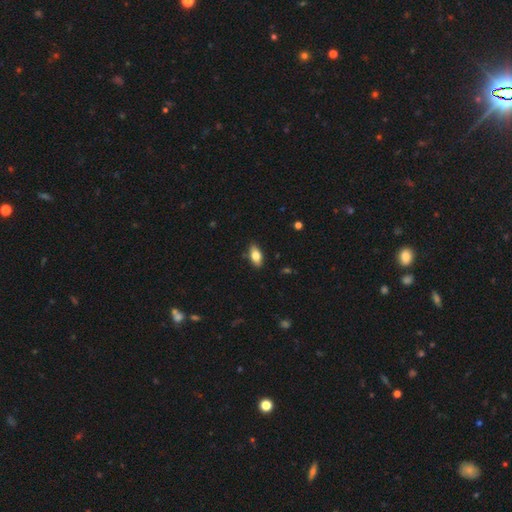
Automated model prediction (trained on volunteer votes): Overall: smooth (77%). How rounded: in between (89%). Merging: none (85%).